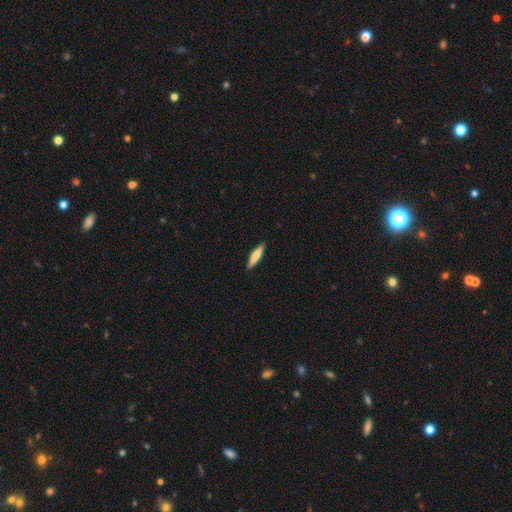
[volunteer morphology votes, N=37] type=smooth (57%); roundness=cigar-shaped (76%); merging=none (100%).